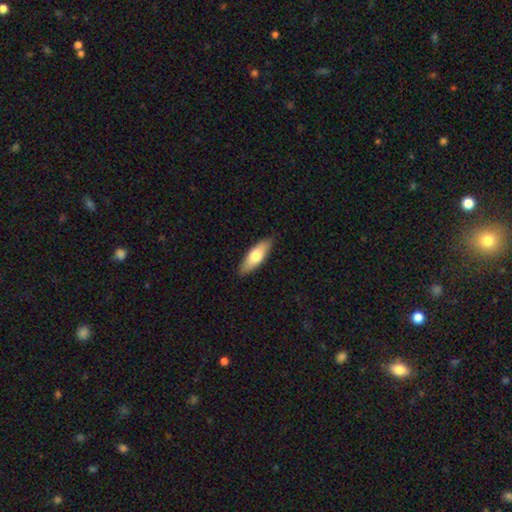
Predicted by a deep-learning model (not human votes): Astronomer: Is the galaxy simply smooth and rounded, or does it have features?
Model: smooth — 69%.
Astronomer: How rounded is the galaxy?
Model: in between — 61% (runner-up: cigar-shaped, 37%).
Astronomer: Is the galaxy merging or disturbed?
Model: none — 87%.